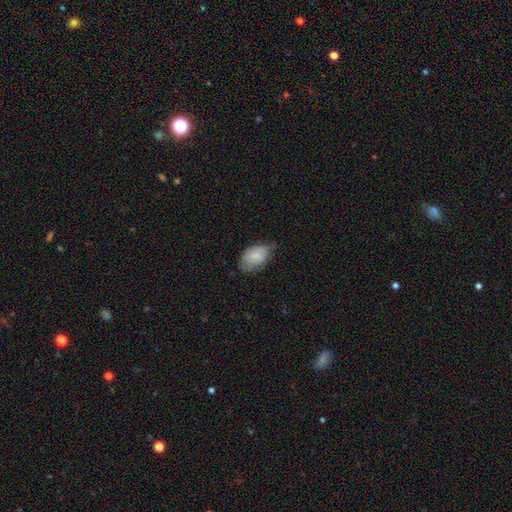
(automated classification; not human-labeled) This is likely a smooth galaxy (78%). How rounded: clearly in between (91%). Merging: possibly none (52%).